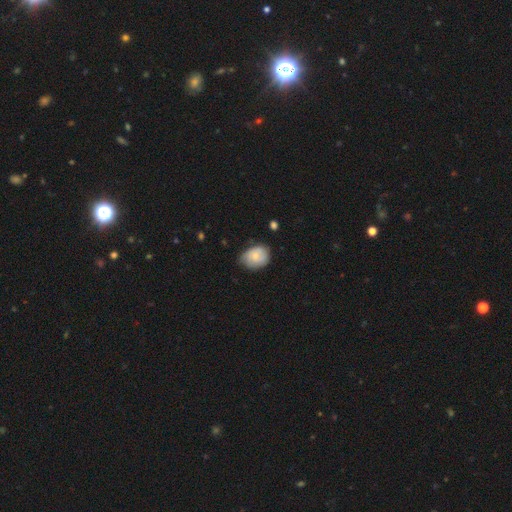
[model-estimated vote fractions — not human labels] A smooth galaxy with no disk features (69%) that is in between round and cigar-shaped (59%). Merging: none (58%).